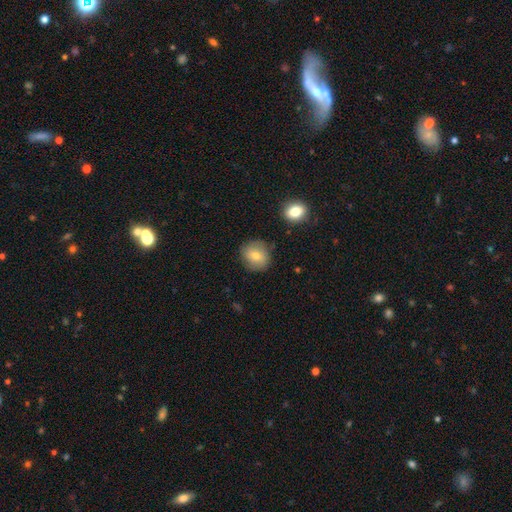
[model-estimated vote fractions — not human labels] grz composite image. It shows a smooth galaxy with no disk features (74%) that is round (79%). Merging: none (80%).